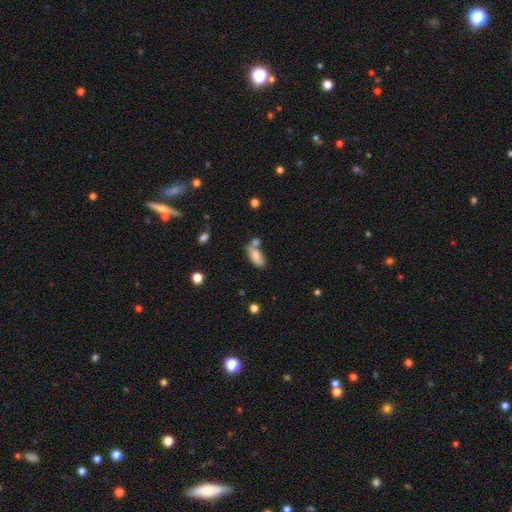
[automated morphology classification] The model was most divided on "merging": none: 43%, merger: 34%, minor disturbance: 16%, major disturbance: 7%. More confident: how rounded — in between (86%); smooth or featured — smooth (80%).